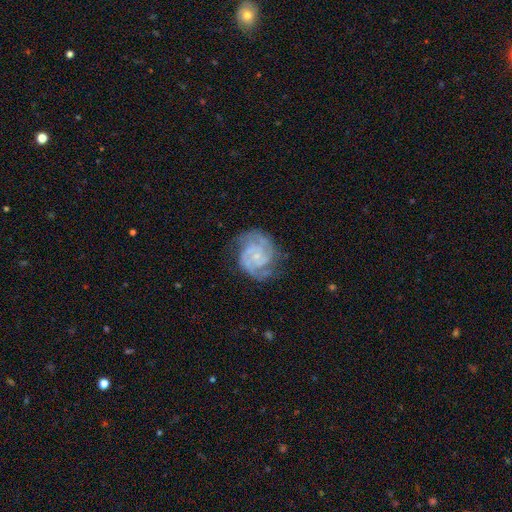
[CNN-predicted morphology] smooth-or-featured: featured or disk: 88% | smooth: 7% | star or artifact: 5%
  disk-edge-on: no: 98% | yes: 2%
    bar: no: 66% | weak: 28% | strong: 6%
    has-spiral-arms: yes: 98% | no: 2%
      spiral-winding: tight: 60% | medium: 34% | loose: 5%
      spiral-arm-count: 2: 41% | 3: 31% | can't tell: 12% | 4: 7% | 1: 5% | more than 4: 5%
    bulge-size: small: 75% | moderate: 12% | none: 11% | large: 1% | dominant: 1%
  merging: none: 72% | minor disturbance: 19% | major disturbance: 8% | merger: 1%